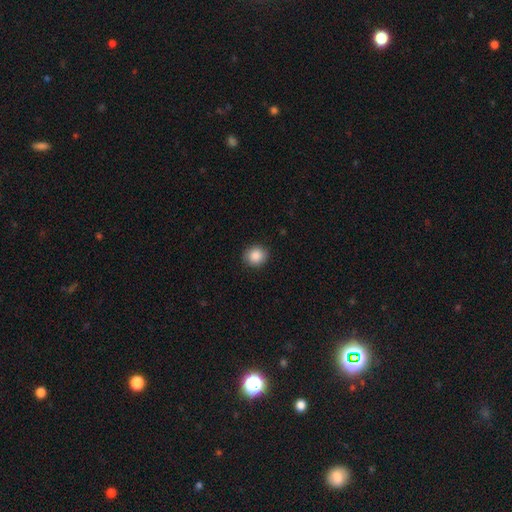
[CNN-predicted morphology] Q: Smooth or featured?
A: smooth (88%); runner-up: star or artifact (8%)
Q: How rounded?
A: round (81%); runner-up: in between (18%)
Q: Merging?
A: none (89%); runner-up: minor disturbance (8%)